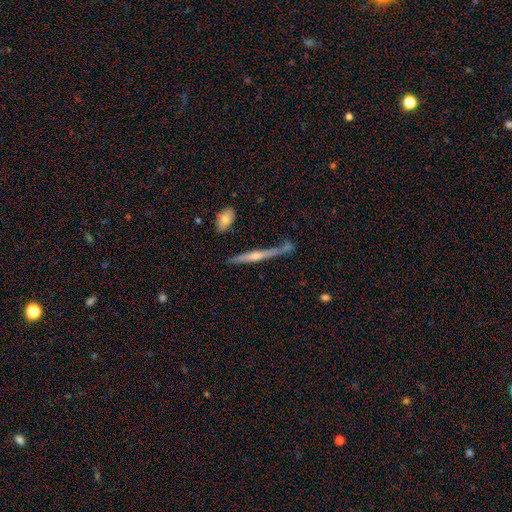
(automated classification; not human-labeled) featured or disk 72%, smooth 19%, star or artifact 9%. Down the decision tree: edge-on disk — yes (95%); edge-on bulge — rounded (78%); merging — none (76%).